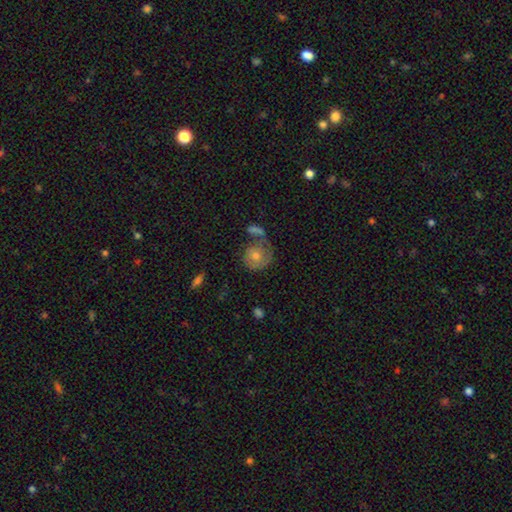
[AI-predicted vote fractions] Smooth or featured: featured or disk — 50% (smooth — 41%)
Merging: none — 50% (merger — 21%)